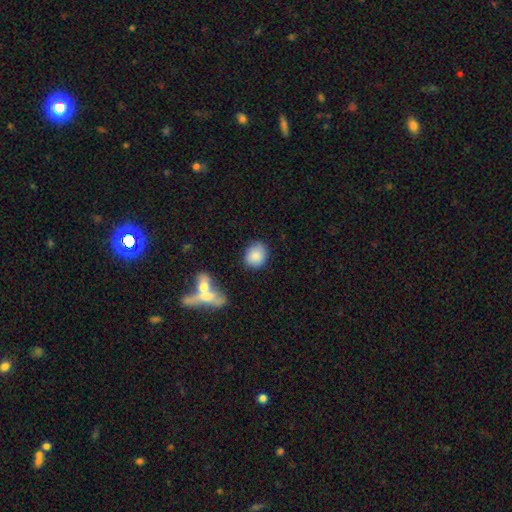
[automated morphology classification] A smooth galaxy with no disk features (86%) that is round (57%).

Vote fractions:
- Smooth or featured? smooth: 86% / star or artifact: 7% / featured or disk: 7%
- How rounded? round: 57% / in between: 41% / cigar-shaped: 1%
- Merging? none: 78% / minor disturbance: 13% / merger: 5% / major disturbance: 4%